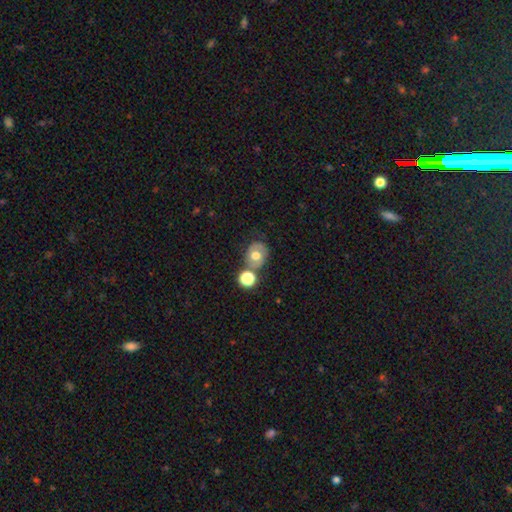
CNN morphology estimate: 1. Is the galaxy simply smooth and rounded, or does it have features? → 49% smooth, 41% featured or disk, 10% star or artifact.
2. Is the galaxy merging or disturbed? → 59% none, 20% merger, 15% minor disturbance, 6% major disturbance.